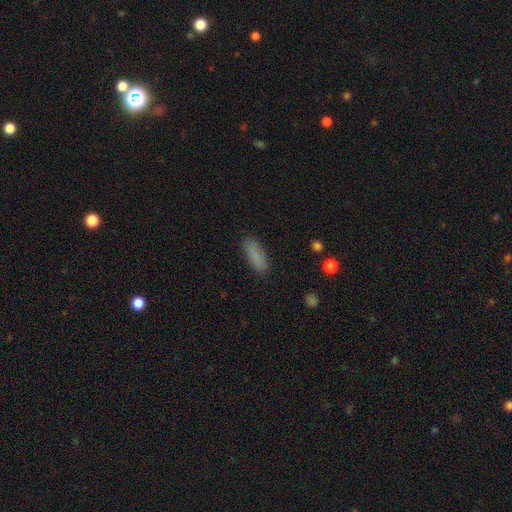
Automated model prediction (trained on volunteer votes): A smooth galaxy with no disk features (87%) that is in between round and cigar-shaped (55%). Merging: none (87%).